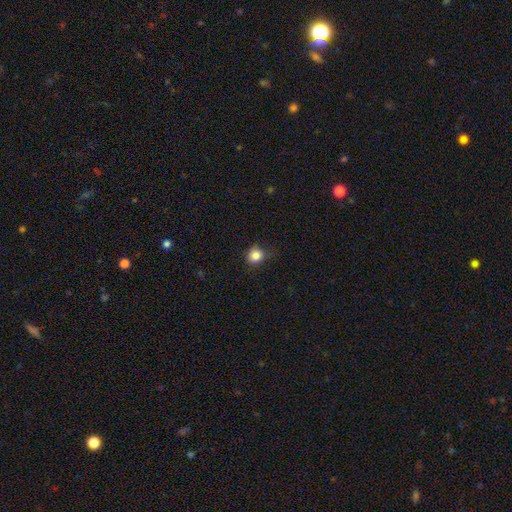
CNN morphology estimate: smooth-or-featured: smooth: 84% | star or artifact: 12% | featured or disk: 5%
  how-rounded: round: 87% | in between: 12% | cigar-shaped: 1%
  merging: none: 77% | minor disturbance: 18% | major disturbance: 4% | merger: 1%